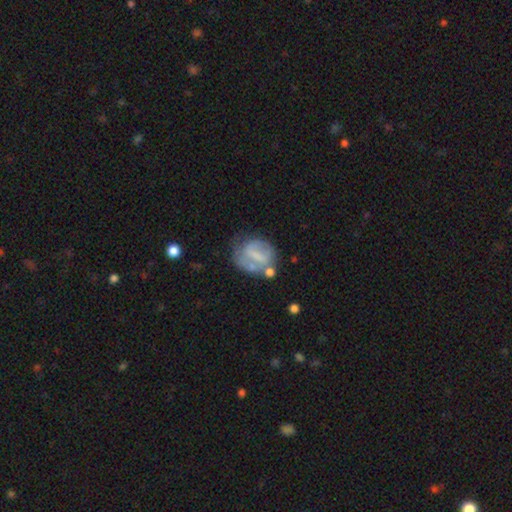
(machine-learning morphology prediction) The model was most divided on "bar": weak: 39%, strong: 37%, no: 24%. Remaining: edge-on disk — no (97%); smooth or featured — featured or disk (58%); spiral arms — yes (52%); bulge size — none (49%); merging — none (46%).